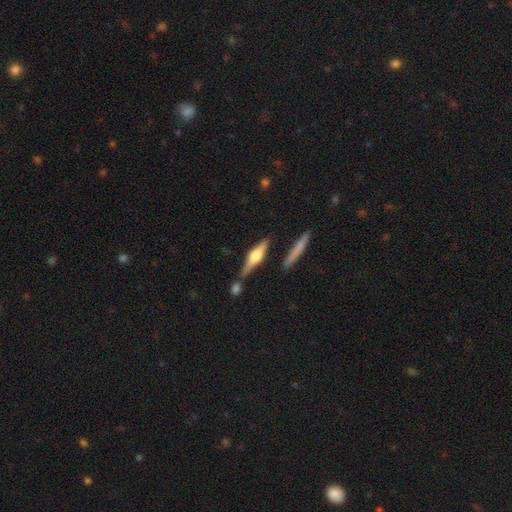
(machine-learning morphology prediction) smooth-or-featured: featured or disk: 67% | smooth: 26% | star or artifact: 6%
  disk-edge-on: yes: 96% | no: 4%
    edge-on-bulge: rounded: 87% | boxy: 10% | none: 3%
  merging: none: 73% | minor disturbance: 14% | merger: 10% | major disturbance: 4%